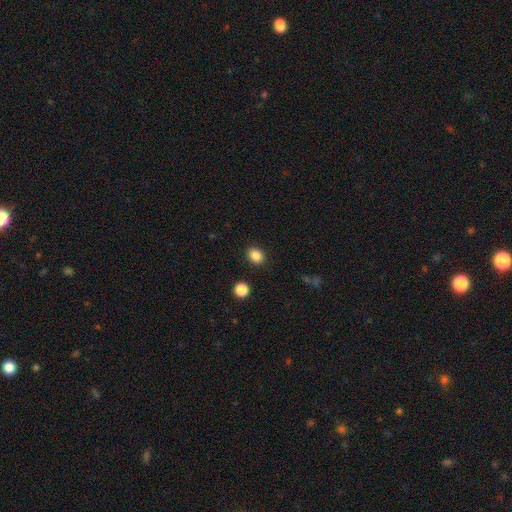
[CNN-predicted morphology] smooth_or_featured: smooth (p=0.85) [alt: star or artifact p=0.11]
how_rounded: round (p=0.58) [alt: in between p=0.42]
merging: none (p=0.89) [alt: minor disturbance p=0.07]